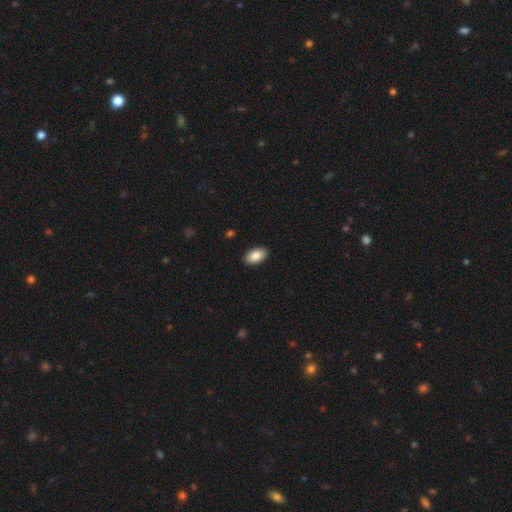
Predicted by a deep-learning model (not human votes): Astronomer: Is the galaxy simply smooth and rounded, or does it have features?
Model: smooth — 89%.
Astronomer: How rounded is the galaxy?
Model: in between — 95%.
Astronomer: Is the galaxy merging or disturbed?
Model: none — 90%.